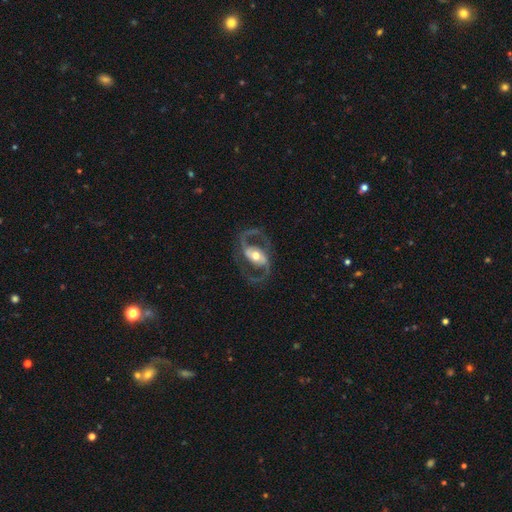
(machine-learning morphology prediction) Overall: featured or disk (90%). Edge-on disk: no (97%). Bar: no (34%; strong 33%). Spiral arms: yes (94%). Spiral arm count: 2 (93%). Spiral winding: medium (58%; loose 29%). Bulge size: moderate (70%). Merging: none (76%).